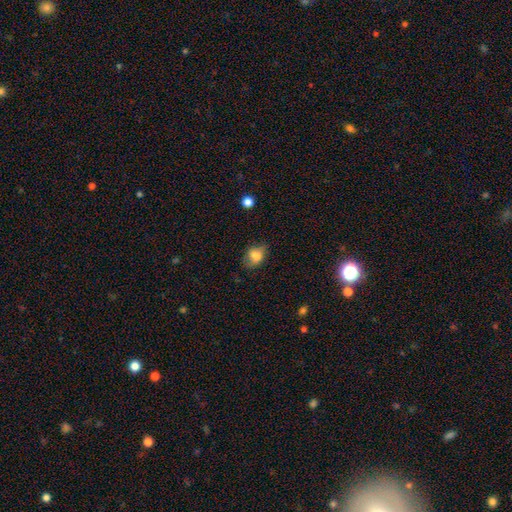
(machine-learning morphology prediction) Smooth or featured?
  - smooth: 77% *
  - featured or disk: 14%
  - star or artifact: 10%
How rounded?
  - in between: 68% *
  - round: 31%
  - cigar-shaped: 2%
Merging?
  - none: 57% *
  - minor disturbance: 29%
  - major disturbance: 11%
  - merger: 2%